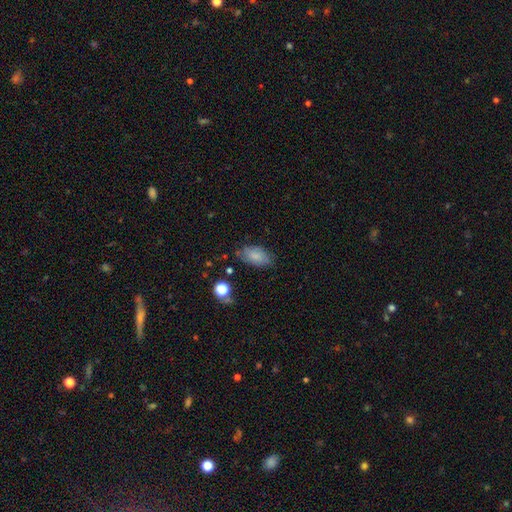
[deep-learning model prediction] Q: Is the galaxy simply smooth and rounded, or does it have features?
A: smooth — 79%.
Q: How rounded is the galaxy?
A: in between — 92%.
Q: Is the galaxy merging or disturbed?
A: none — 68%.